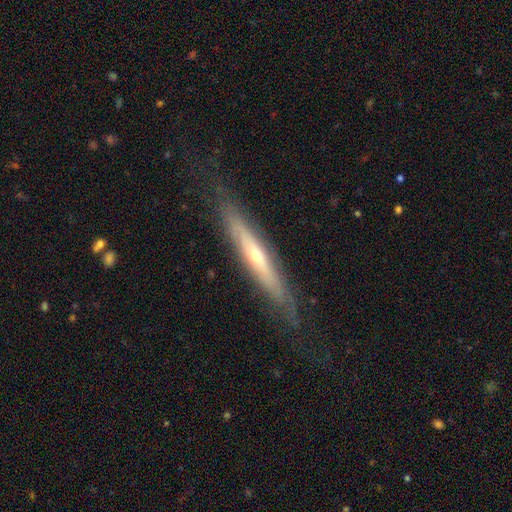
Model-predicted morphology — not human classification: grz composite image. It shows a featured or disk galaxy (69%) viewed edge-on (80%) with a rounded central bulge (75%). Merging: none (77%).